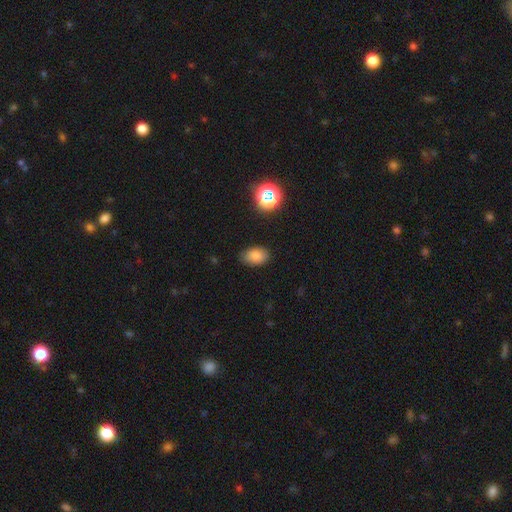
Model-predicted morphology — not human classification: Overall: smooth (82%). How rounded: in between (86%). Merging: none (82%).